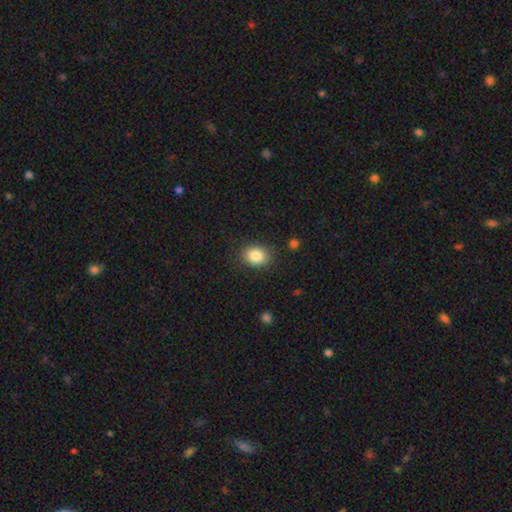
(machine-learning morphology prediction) A smooth galaxy with no disk features (85%) that is round (52%). Merging: none (85%).